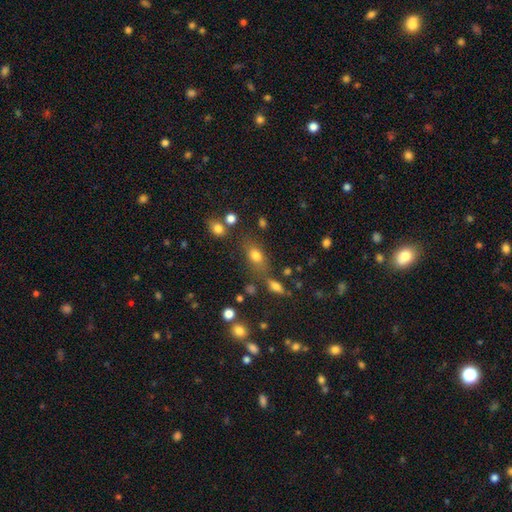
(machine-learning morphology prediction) A smooth galaxy with no disk features (71%) that is in between round and cigar-shaped (74%). Merging: none (65%).